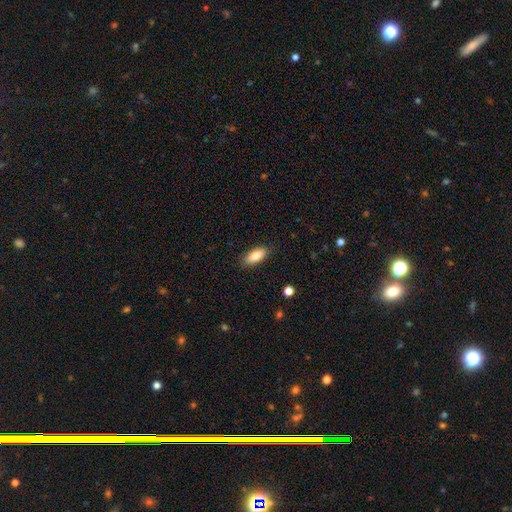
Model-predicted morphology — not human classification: This is clearly a smooth galaxy (85%). How rounded: likely in between (80%). Merging: clearly none (87%).